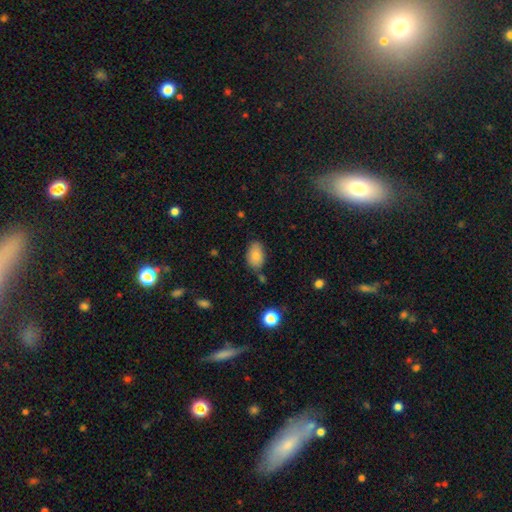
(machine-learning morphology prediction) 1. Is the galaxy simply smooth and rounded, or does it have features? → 81% smooth, 11% featured or disk, 8% star or artifact.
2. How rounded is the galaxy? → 90% in between, 8% round, 1% cigar-shaped.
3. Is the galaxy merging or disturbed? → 69% none, 21% minor disturbance, 6% merger, 4% major disturbance.